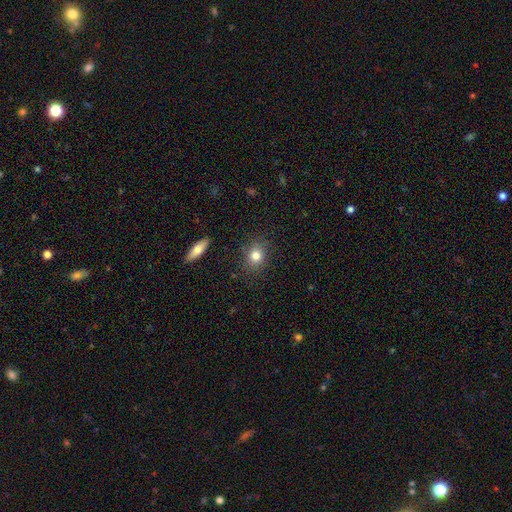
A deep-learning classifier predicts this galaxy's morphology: A smooth galaxy with no disk features (80%) that is round (62%).

Vote fractions:
- Smooth or featured? smooth: 80% / star or artifact: 10% / featured or disk: 9%
- How rounded? round: 62% / in between: 36% / cigar-shaped: 2%
- Merging? none: 84% / minor disturbance: 11% / major disturbance: 3% / merger: 2%